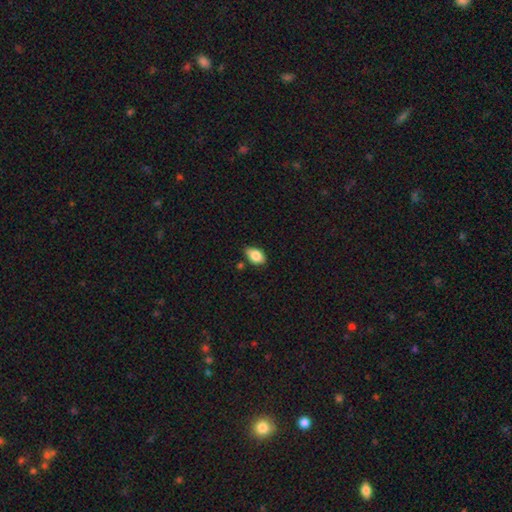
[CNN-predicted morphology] A smooth galaxy with no disk features (84%) that is in between round and cigar-shaped (88%).

Vote fractions:
- Smooth or featured? smooth: 84% / featured or disk: 9% / star or artifact: 8%
- How rounded? in between: 88% / round: 10% / cigar-shaped: 2%
- Merging? none: 73% / minor disturbance: 21% / merger: 4% / major disturbance: 3%